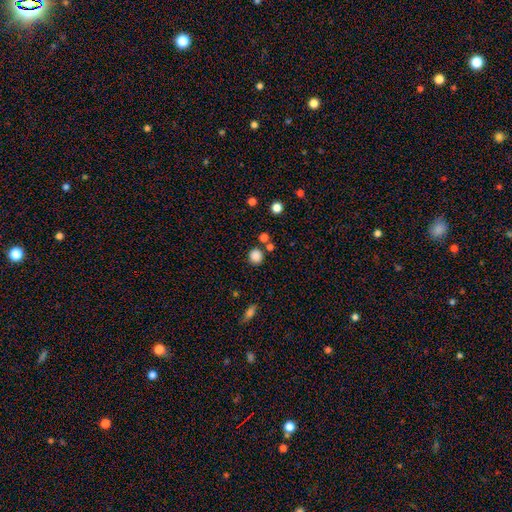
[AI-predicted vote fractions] The model was most divided on "merging": none: 82%, minor disturbance: 8%, merger: 7%, major disturbance: 3%. More confident: how rounded — round (91%); smooth or featured — smooth (85%).